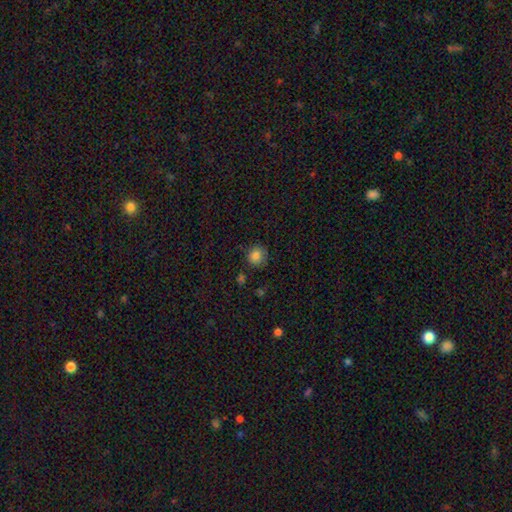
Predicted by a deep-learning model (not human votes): Smooth or featured? smooth (83%)
How rounded? round (88%)
Merging? none (80%)